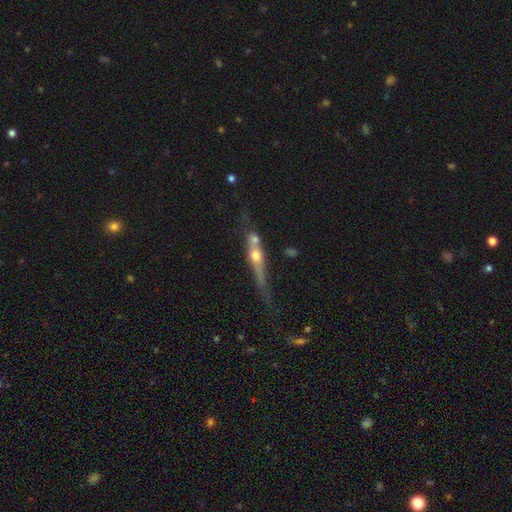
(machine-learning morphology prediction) The model was most divided on "merging": none: 39%, merger: 31%, minor disturbance: 18%, major disturbance: 12%. More confident: edge-on disk — yes (82%); smooth or featured — featured or disk (59%).